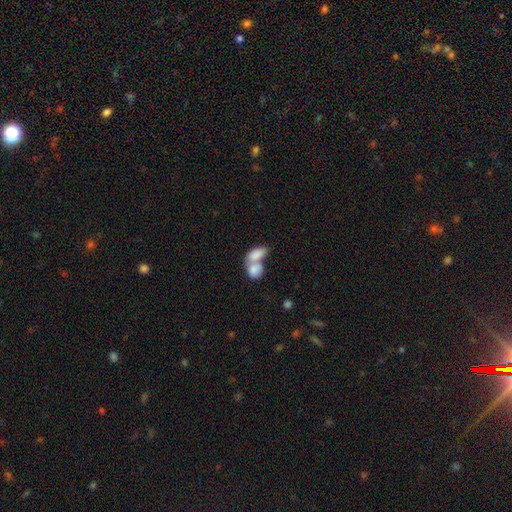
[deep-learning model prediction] The model was most divided on "merging": merger: 75%, none: 16%, minor disturbance: 6%, major disturbance: 4%. More confident: how rounded — in between (85%); smooth or featured — smooth (80%).